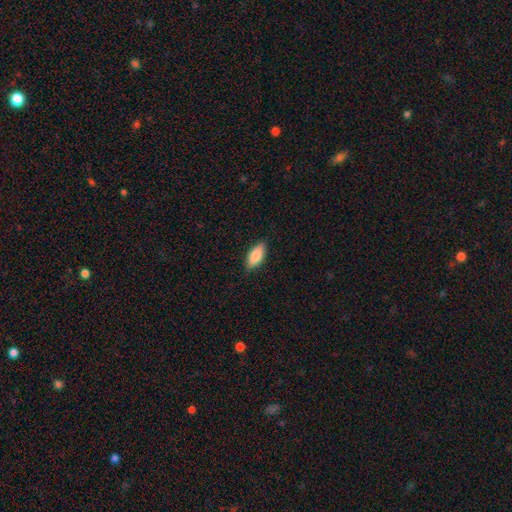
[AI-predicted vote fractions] smooth_or_featured: smooth (p=0.81) [alt: featured or disk p=0.13]
how_rounded: in between (p=0.82) [alt: cigar-shaped p=0.16]
merging: none (p=0.86) [alt: minor disturbance p=0.11]